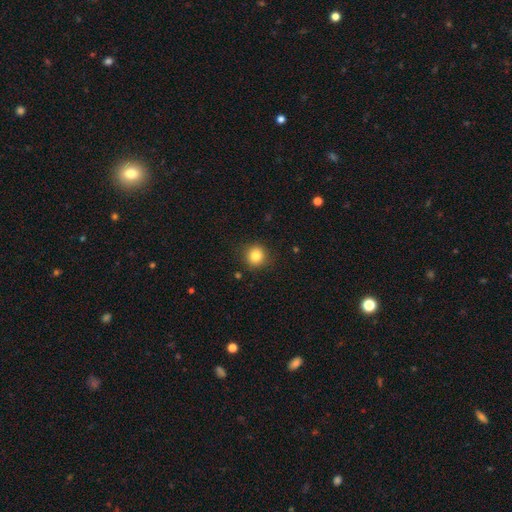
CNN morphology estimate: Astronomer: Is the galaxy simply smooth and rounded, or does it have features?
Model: smooth — 84%.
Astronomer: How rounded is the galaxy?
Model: round — 92%.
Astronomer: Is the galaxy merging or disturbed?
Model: none — 88%.